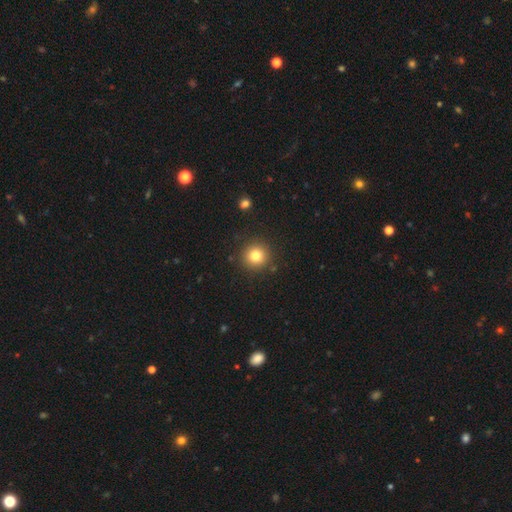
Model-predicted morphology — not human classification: type=smooth (79%); roundness=round (95%); merging=none (90%).